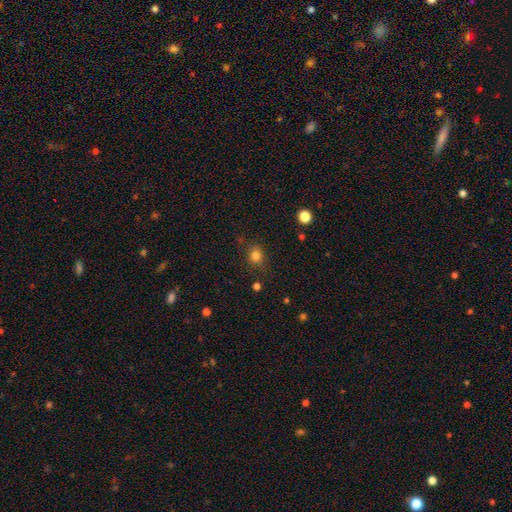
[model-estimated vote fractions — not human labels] Overall: smooth (80%). How rounded: round (72%). Merging: none (79%).